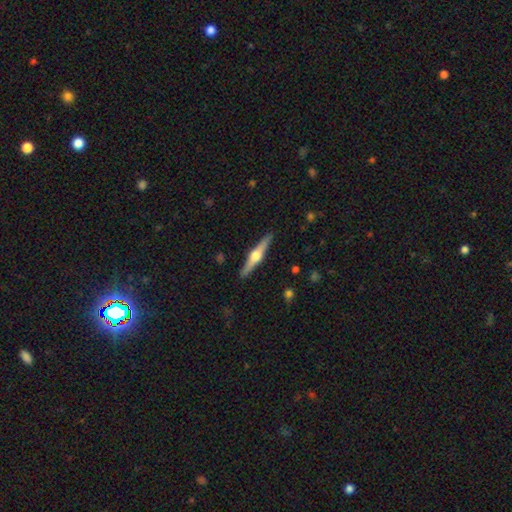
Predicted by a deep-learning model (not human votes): Smooth or featured: featured or disk — 74% (smooth — 21%)
Edge-on disk: yes — 98% (no — 2%)
Edge-on bulge: rounded — 95% (boxy — 3%)
Merging: none — 91% (minor disturbance — 7%)